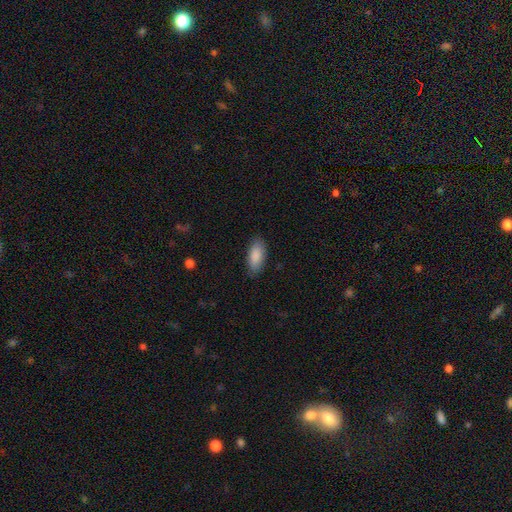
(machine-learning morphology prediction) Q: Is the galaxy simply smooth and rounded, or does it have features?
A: smooth — 88%.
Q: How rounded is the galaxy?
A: in between — 86%.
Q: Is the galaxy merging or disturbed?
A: none — 85%.